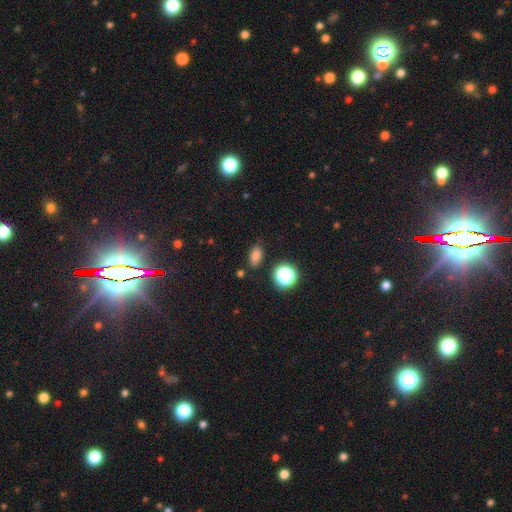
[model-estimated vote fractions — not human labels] This appears to be a smooth galaxy with no disk features (78%) that is in between round and cigar-shaped (82%). Merging: none (82%).